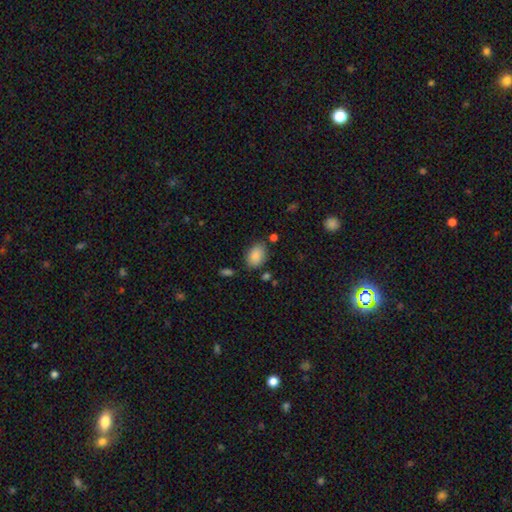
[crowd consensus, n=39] A smooth galaxy with no disk features (79%) that is in between round and cigar-shaped (71%).

Vote fractions:
- Smooth or featured? smooth: 79% / featured or disk: 10% / star or artifact: 10%
- How rounded? in between: 71% / round: 29% / cigar-shaped: 0%
- Merging? none: 77% / minor disturbance: 14% / major disturbance: 6% / merger: 3%